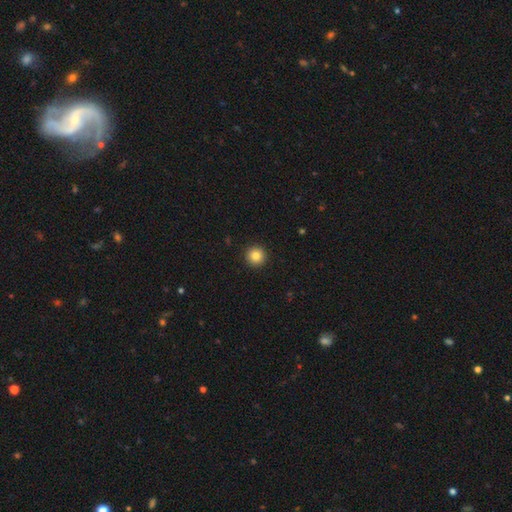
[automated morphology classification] This is clearly a smooth galaxy (84%). How rounded: clearly round (96%). Merging: clearly none (93%).